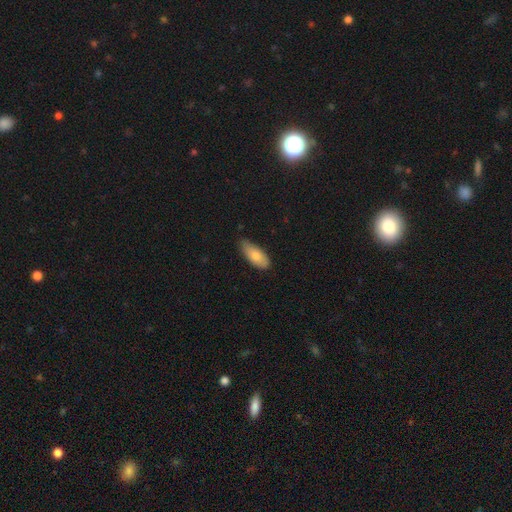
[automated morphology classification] This is likely a smooth galaxy (80%). How rounded: likely in between (80%). Merging: likely none (70%).